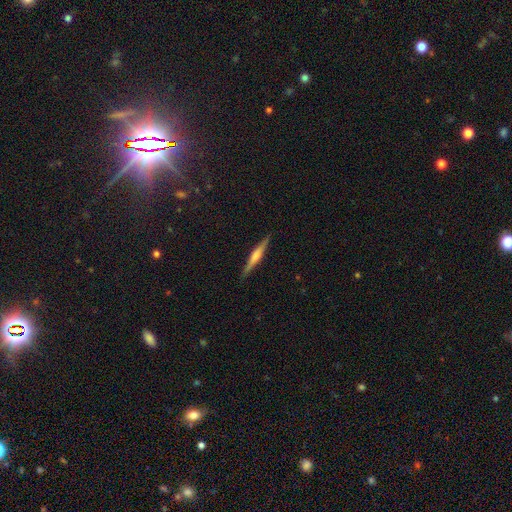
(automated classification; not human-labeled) This appears to be a featured or disk galaxy (71%) viewed edge-on (98%) with a rounded central bulge (72%). Merging: none (91%).